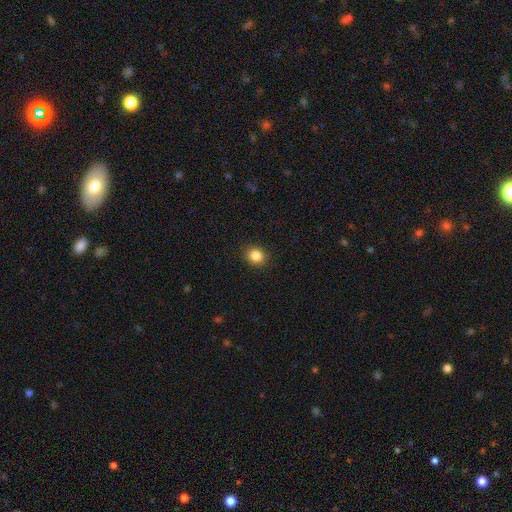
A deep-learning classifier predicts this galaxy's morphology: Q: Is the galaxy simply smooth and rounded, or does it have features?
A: smooth — 85%.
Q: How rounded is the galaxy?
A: round — 68%.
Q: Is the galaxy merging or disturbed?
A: none — 90%.